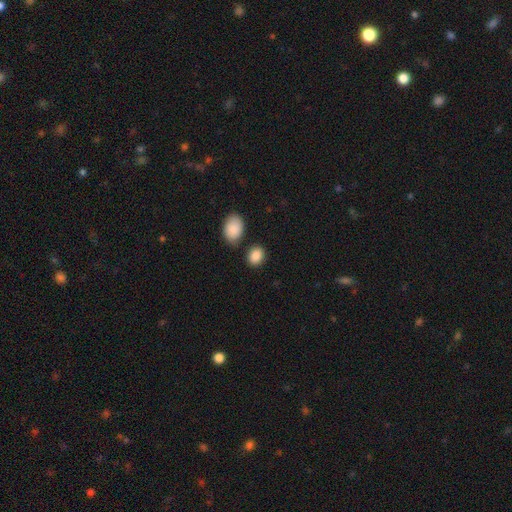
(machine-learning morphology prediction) Smooth or featured: smooth — 88% (star or artifact — 8%)
How rounded: in between — 60% (round — 39%)
Merging: none — 76% (minor disturbance — 12%)